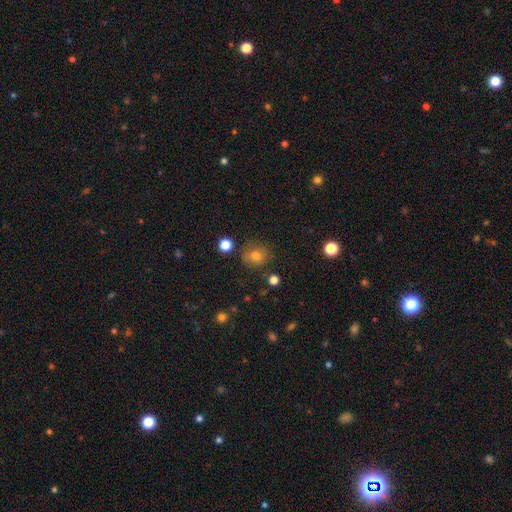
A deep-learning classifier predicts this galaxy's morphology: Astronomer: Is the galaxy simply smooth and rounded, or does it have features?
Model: smooth — 78%.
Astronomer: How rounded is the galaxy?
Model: round — 85%.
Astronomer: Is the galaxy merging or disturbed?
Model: none — 81%.